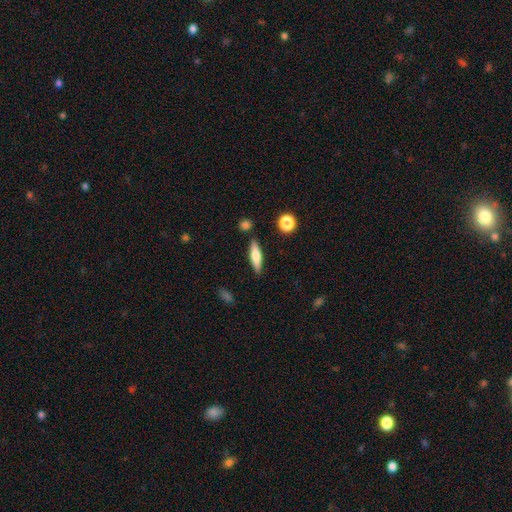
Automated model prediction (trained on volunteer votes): smooth 61%, featured or disk 32%, star or artifact 7%. Down the decision tree: how rounded — cigar-shaped (69%); merging — none (85%).